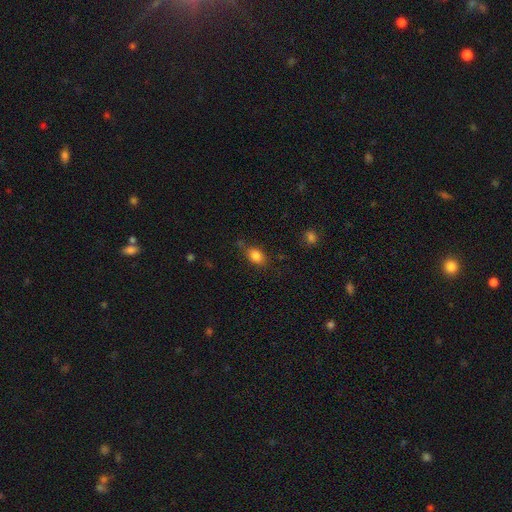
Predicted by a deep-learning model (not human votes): smooth 84%, star or artifact 10%, featured or disk 6%. Down the decision tree: how rounded — in between (73%); merging — none (71%).